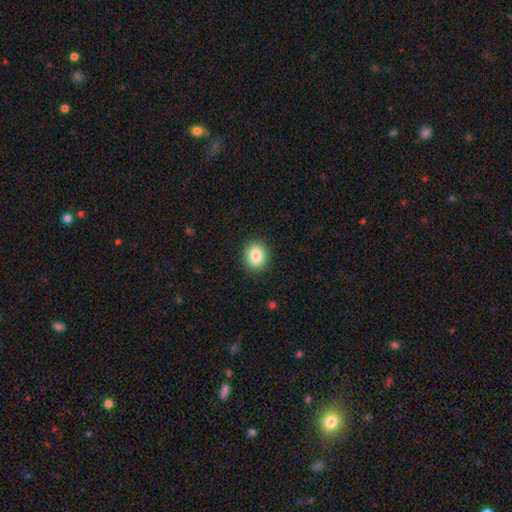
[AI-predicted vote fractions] Q: Smooth or featured?
A: smooth (85%); runner-up: star or artifact (9%)
Q: How rounded?
A: round (59%); runner-up: in between (40%)
Q: Merging?
A: none (90%); runner-up: minor disturbance (7%)